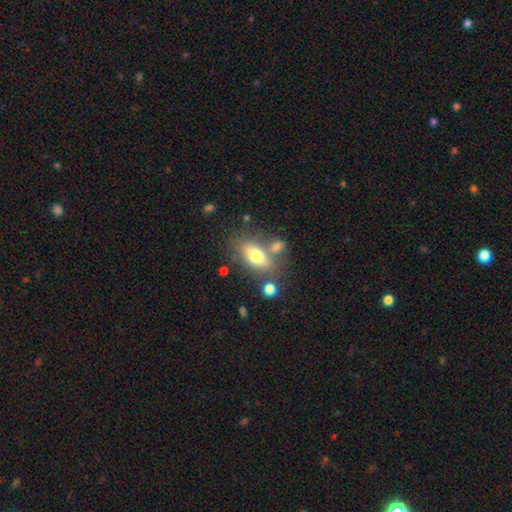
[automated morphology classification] Smooth or featured: smooth — 68% (featured or disk — 24%)
How rounded: in between — 79% (cigar-shaped — 15%)
Merging: none — 63% (merger — 17%)